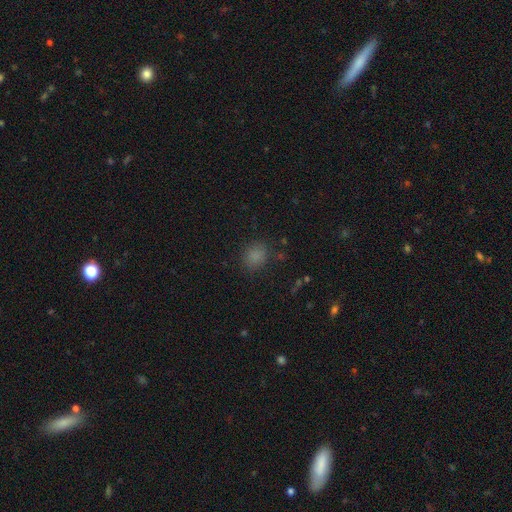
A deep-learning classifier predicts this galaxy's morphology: Overall: smooth (80%). How rounded: round (68%; in between 31%). Merging: none (83%).